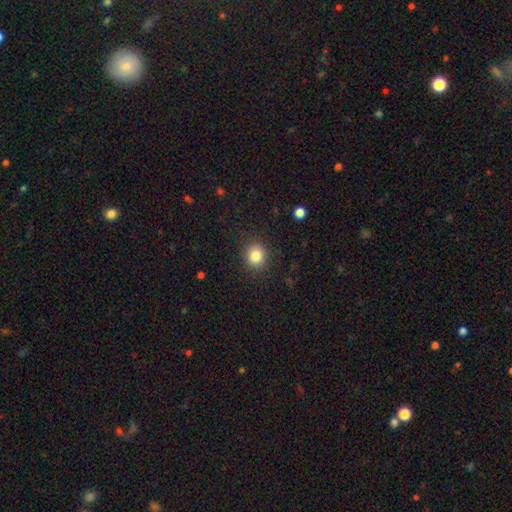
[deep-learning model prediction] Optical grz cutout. It shows a smooth galaxy with no disk features (83%) that is round (83%). Merging: none (89%).